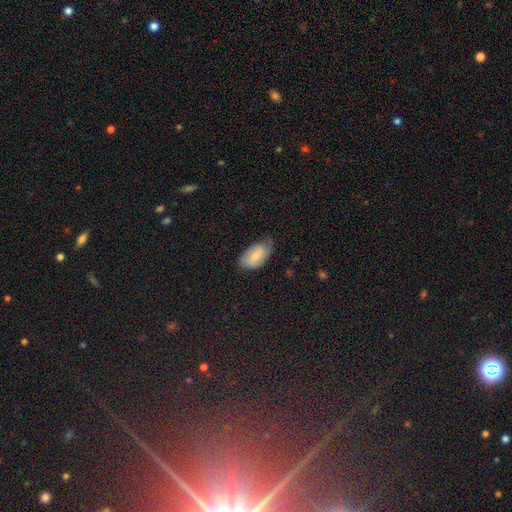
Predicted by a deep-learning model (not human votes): Smooth or featured?
  - smooth: 66% *
  - featured or disk: 27%
  - star or artifact: 7%
How rounded?
  - in between: 93% *
  - round: 4%
  - cigar-shaped: 2%
Merging?
  - none: 51% *
  - minor disturbance: 38%
  - major disturbance: 9%
  - merger: 1%